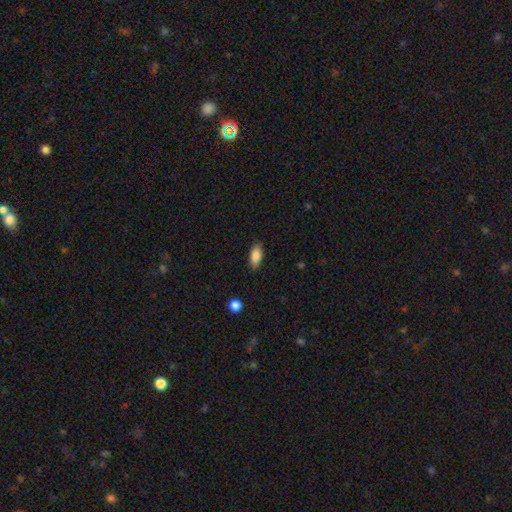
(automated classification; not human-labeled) This is clearly a smooth galaxy (86%). How rounded: clearly in between (89%). Merging: clearly none (84%).